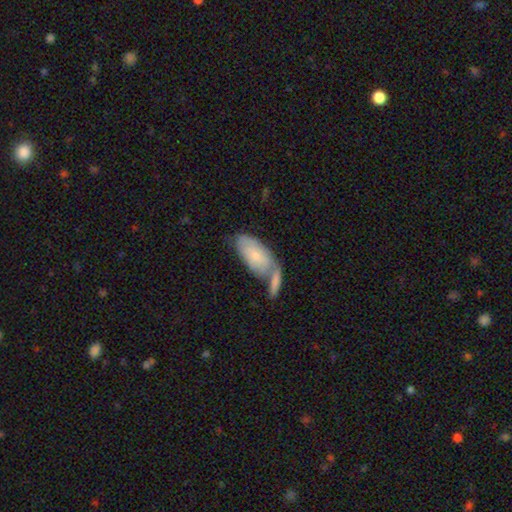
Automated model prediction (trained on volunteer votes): Morphology: type=smooth (64%); roundness=in between (89%); merging=merger (42%).